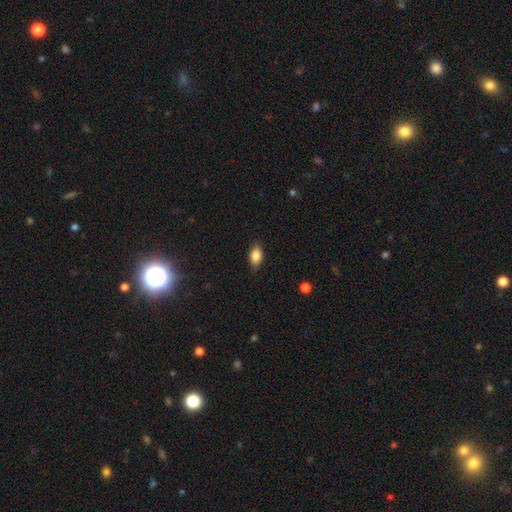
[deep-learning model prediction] A smooth galaxy with no disk features (83%) that is in between round and cigar-shaped (87%).

Vote fractions:
- Smooth or featured? smooth: 83% / featured or disk: 9% / star or artifact: 8%
- How rounded? in between: 87% / round: 9% / cigar-shaped: 4%
- Merging? none: 83% / minor disturbance: 13% / major disturbance: 3% / merger: 1%